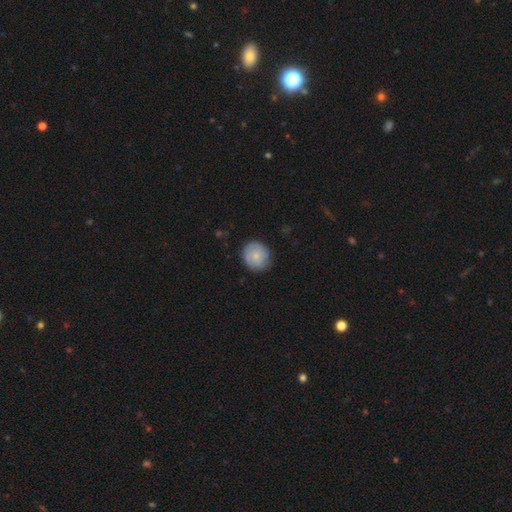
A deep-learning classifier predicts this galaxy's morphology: Smooth or featured: smooth — 69% (featured or disk — 25%)
How rounded: round — 87% (in between — 12%)
Merging: none — 81% (minor disturbance — 15%)